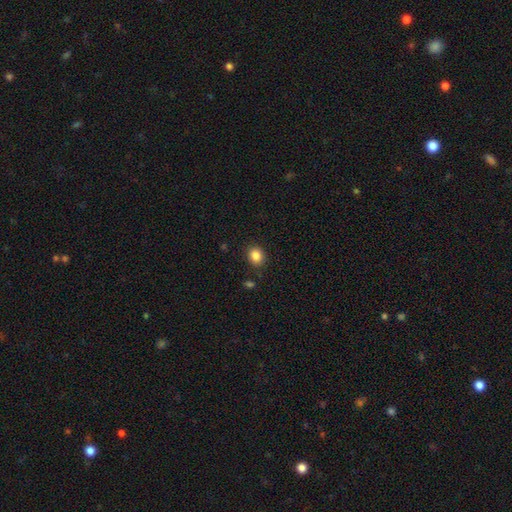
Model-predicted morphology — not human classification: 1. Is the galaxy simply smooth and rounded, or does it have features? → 86% smooth, 10% star or artifact, 4% featured or disk.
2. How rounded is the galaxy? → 59% round, 40% in between, 1% cigar-shaped.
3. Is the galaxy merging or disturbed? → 86% none, 9% minor disturbance, 3% major disturbance, 2% merger.